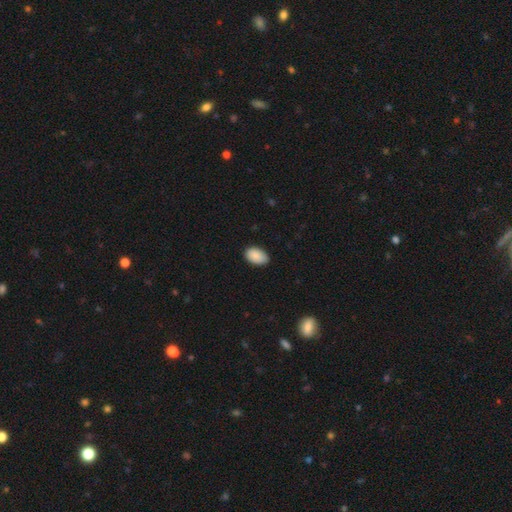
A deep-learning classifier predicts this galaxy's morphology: The model was most divided on "merging": none: 84%, minor disturbance: 14%, major disturbance: 2%, merger: 1%. More confident: how rounded — in between (92%); smooth or featured — smooth (90%).